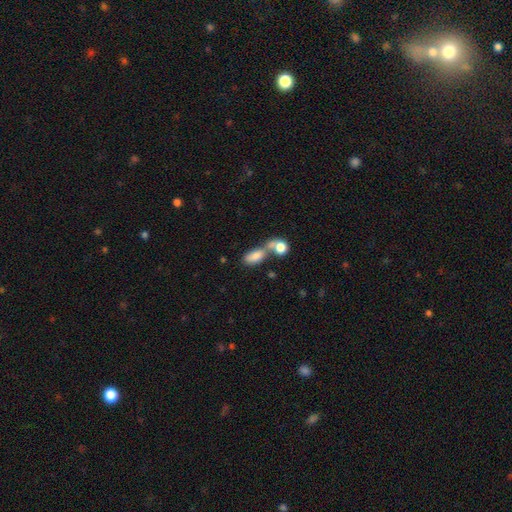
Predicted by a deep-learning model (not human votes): smooth-or-featured: smooth: 79% | featured or disk: 12% | star or artifact: 9%
  how-rounded: in between: 82% | cigar-shaped: 10% | round: 8%
  merging: merger: 57% | none: 28% | minor disturbance: 9% | major disturbance: 7%